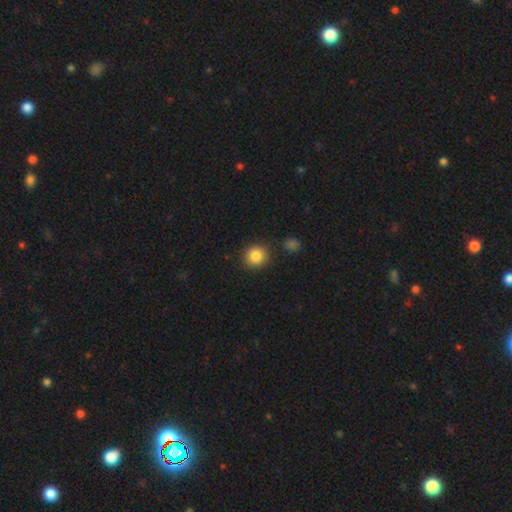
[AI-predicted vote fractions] This appears to be a smooth galaxy with no disk features (86%) that is round (89%). Merging: none (86%).